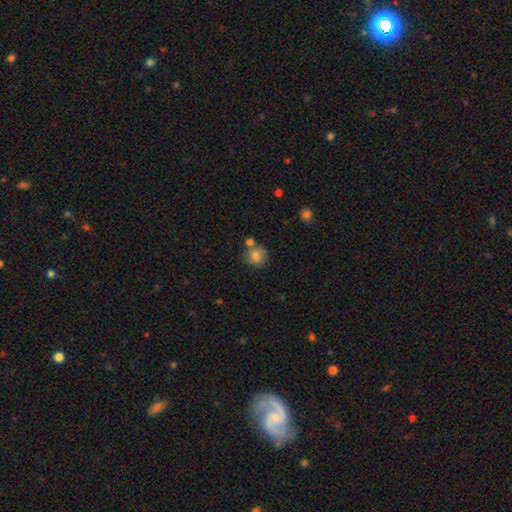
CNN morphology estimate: This is clearly a smooth galaxy (81%). How rounded: clearly round (85%). Merging: likely none (61%).